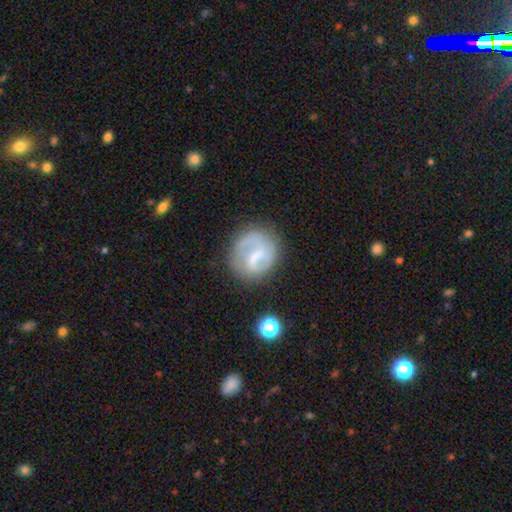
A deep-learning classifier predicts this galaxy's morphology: smooth-or-featured: featured or disk: 60% | smooth: 32% | star or artifact: 8%
  disk-edge-on: no: 97% | yes: 3%
    bar: weak: 50% | strong: 27% | no: 24%
    has-spiral-arms: yes: 69% | no: 31%
    bulge-size: small: 41% | moderate: 28% | none: 27% | large: 3% | dominant: 1%
  merging: none: 67% | minor disturbance: 19% | major disturbance: 11% | merger: 3%